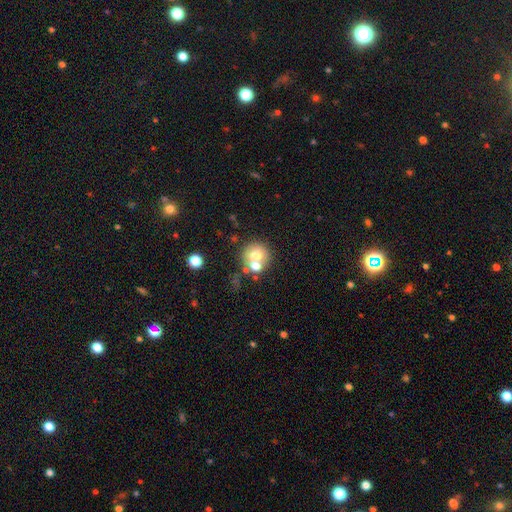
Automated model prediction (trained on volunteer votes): This appears to be a smooth galaxy with no disk features (67%) that is round (90%). Merging: none (52%).